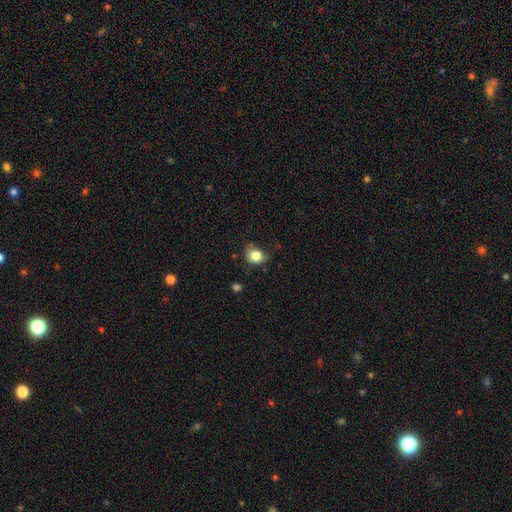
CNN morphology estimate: Q: Smooth or featured?
A: smooth (82%); runner-up: star or artifact (11%)
Q: How rounded?
A: round (69%); runner-up: in between (30%)
Q: Merging?
A: none (62%); runner-up: minor disturbance (28%)